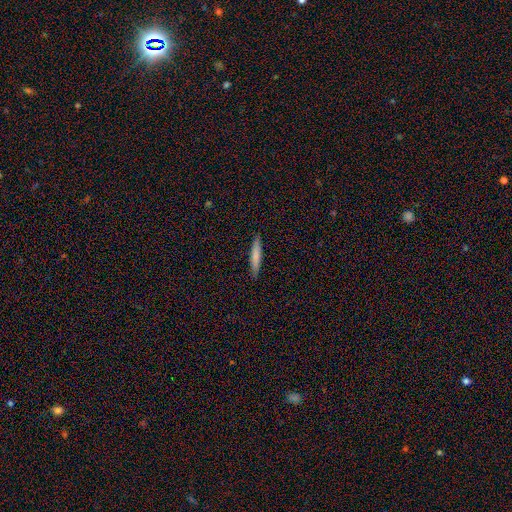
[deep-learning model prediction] This appears to be a smooth galaxy with no disk features (75%) that is cigar-shaped (92%). Merging: none (90%).